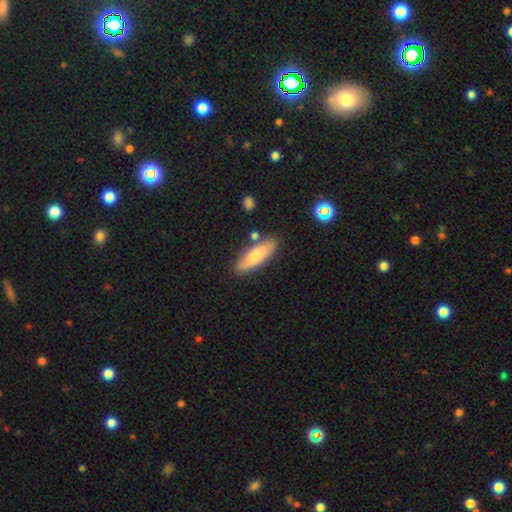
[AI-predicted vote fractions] This is likely a smooth galaxy (74%). How rounded: possibly cigar-shaped (54%). Merging: likely none (78%).